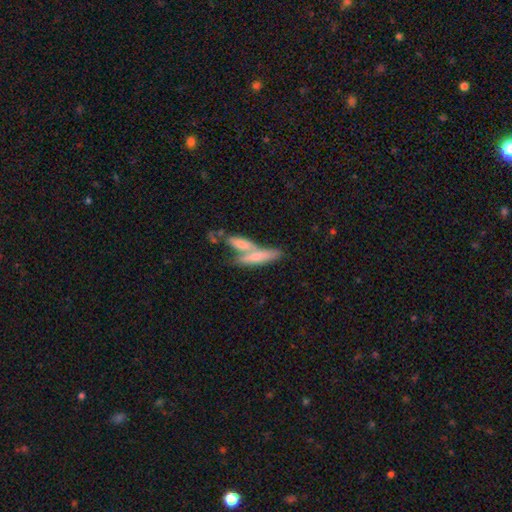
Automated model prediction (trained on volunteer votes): Q: Smooth or featured?
A: smooth (62%); runner-up: featured or disk (31%)
Q: How rounded?
A: cigar-shaped (67%); runner-up: in between (30%)
Q: Merging?
A: merger (53%); runner-up: none (34%)